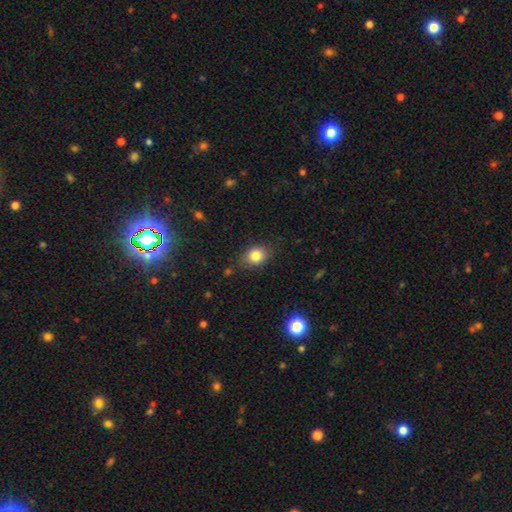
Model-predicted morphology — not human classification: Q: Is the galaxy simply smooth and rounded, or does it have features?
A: smooth — 82%.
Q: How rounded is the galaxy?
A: in between — 62%.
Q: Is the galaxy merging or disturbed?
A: none — 80%.